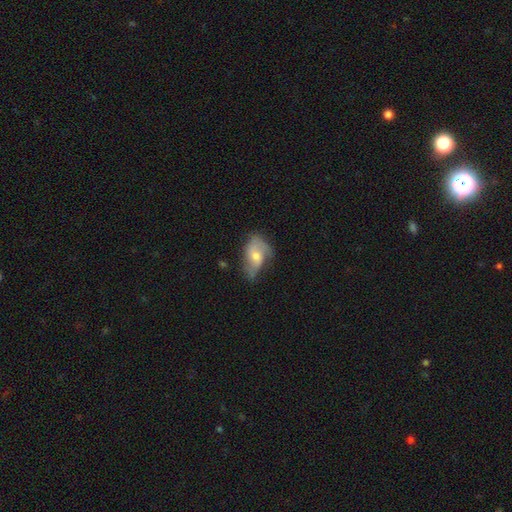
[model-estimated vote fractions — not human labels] Smooth or featured? featured or disk (58%)
Edge-on disk? no (95%)
Bar? no (64%)
Spiral arms? yes (80%)
Bulge size? moderate (57%)
Merging? none (46%)